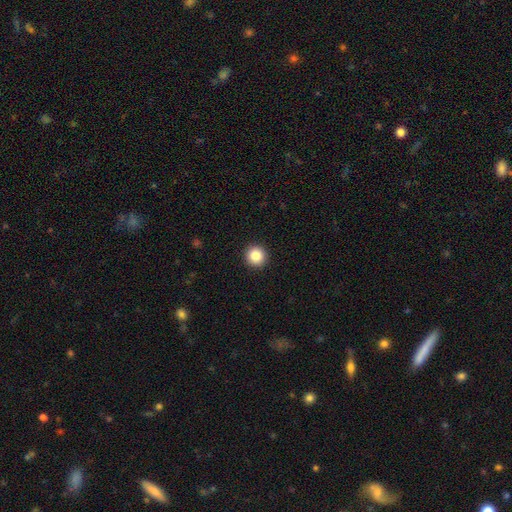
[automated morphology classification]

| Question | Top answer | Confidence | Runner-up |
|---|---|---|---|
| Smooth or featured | smooth | 86% | star or artifact (9%) |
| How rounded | round | 95% | in between (4%) |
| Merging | none | 93% | minor disturbance (4%) |